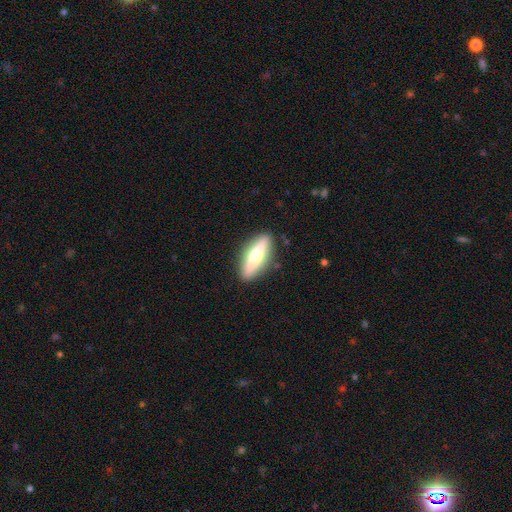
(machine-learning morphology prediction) Smooth or featured? Predicted: smooth (p=0.49). Merging? Predicted: none (p=0.88).